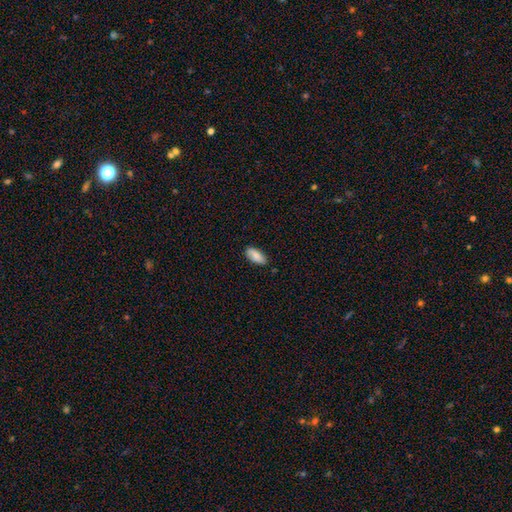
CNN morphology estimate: Smooth or featured? smooth (83%)
How rounded? in between (87%)
Merging? none (84%)